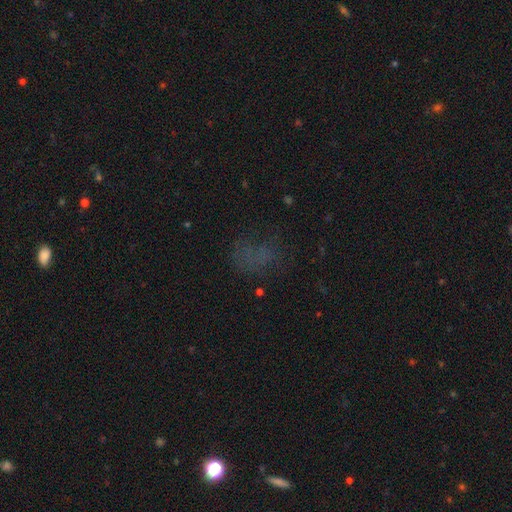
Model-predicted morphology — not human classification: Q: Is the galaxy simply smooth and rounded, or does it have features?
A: smooth — 46%.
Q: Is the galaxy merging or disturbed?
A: none — 58%.